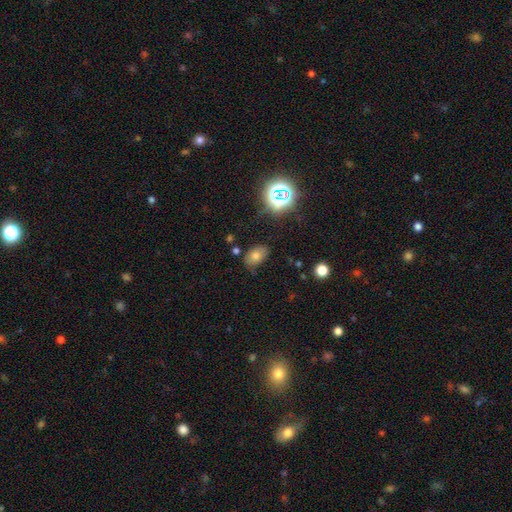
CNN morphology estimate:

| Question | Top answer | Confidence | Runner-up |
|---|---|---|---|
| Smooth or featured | smooth | 70% | star or artifact (17%) |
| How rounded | in between | 86% | round (13%) |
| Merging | none | 73% | minor disturbance (19%) |